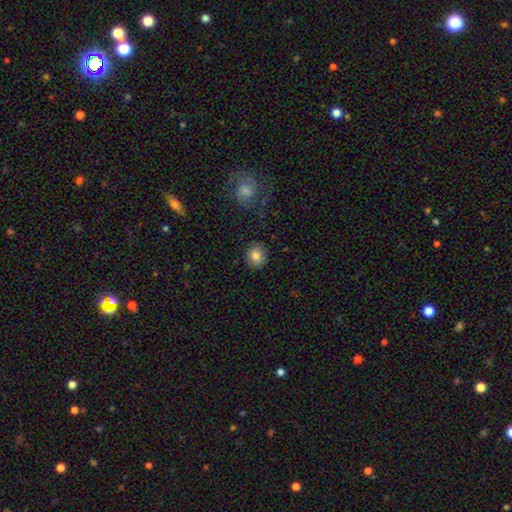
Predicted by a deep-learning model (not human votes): smooth_or_featured: smooth (p=0.83) [alt: star or artifact p=0.09]
how_rounded: round (p=0.75) [alt: in between p=0.24]
merging: none (p=0.87) [alt: minor disturbance p=0.09]